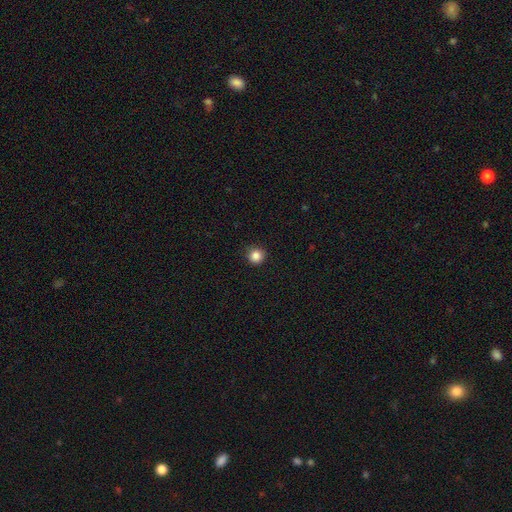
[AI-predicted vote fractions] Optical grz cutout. It shows a smooth galaxy with no disk features (86%) that is round (94%). Merging: none (91%).